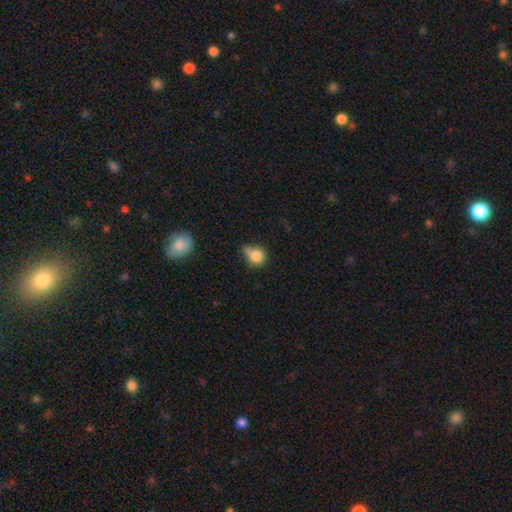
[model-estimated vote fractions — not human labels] Smooth or featured? Predicted: smooth (p=0.78). How rounded? Predicted: round (p=0.69). Merging? Predicted: none (p=0.38).